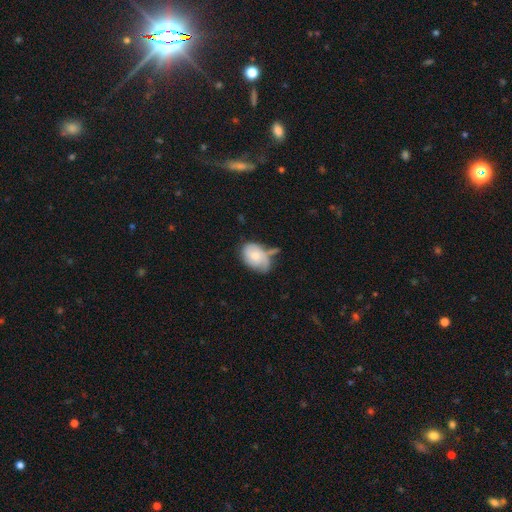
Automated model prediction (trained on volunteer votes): smooth 62%, featured or disk 31%, star or artifact 7%. Down the decision tree: how rounded — in between (83%); merging — none (35%).